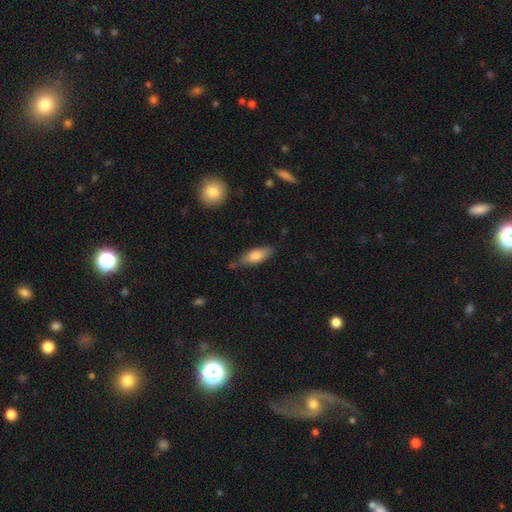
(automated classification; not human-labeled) Smooth or featured: smooth — 77% (featured or disk — 17%)
How rounded: in between — 69% (cigar-shaped — 29%)
Merging: none — 73% (minor disturbance — 20%)